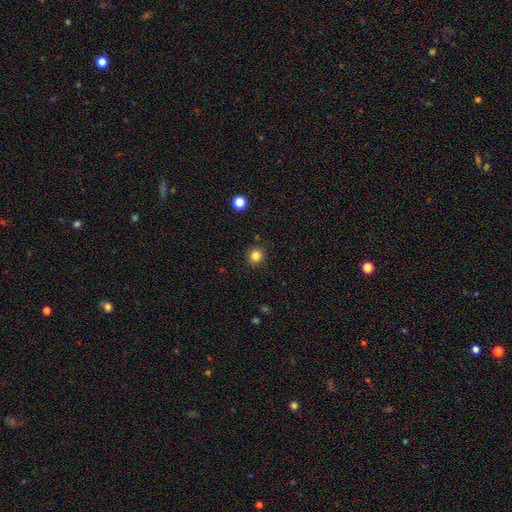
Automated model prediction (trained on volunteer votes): The model was most divided on "smooth or featured": smooth: 84%, star or artifact: 12%, featured or disk: 4%. More confident: how rounded — round (92%); merging — none (91%).